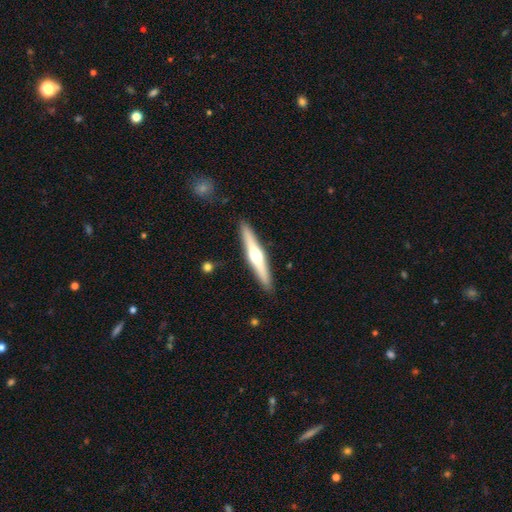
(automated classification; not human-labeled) smooth-or-featured: featured or disk: 64% | smooth: 31% | star or artifact: 5%
  disk-edge-on: yes: 97% | no: 3%
    edge-on-bulge: rounded: 92% | none: 4% | boxy: 4%
  merging: none: 90% | minor disturbance: 7% | major disturbance: 2% | merger: 1%